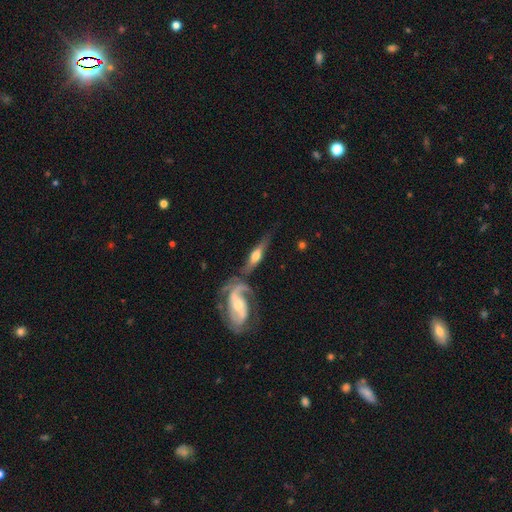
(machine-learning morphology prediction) The model was most divided on "merging": none: 48%, merger: 26%, minor disturbance: 18%, major disturbance: 9%. More confident: edge-on disk — yes (67%); smooth or featured — featured or disk (65%).